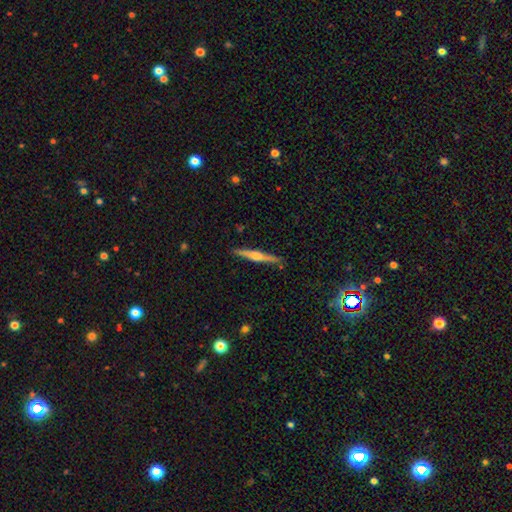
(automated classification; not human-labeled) This is possibly a featured or disk galaxy (60%). It is clearly viewed edge-on (98%). Edge-on bulge: likely rounded (71%). Merging: clearly none (88%).